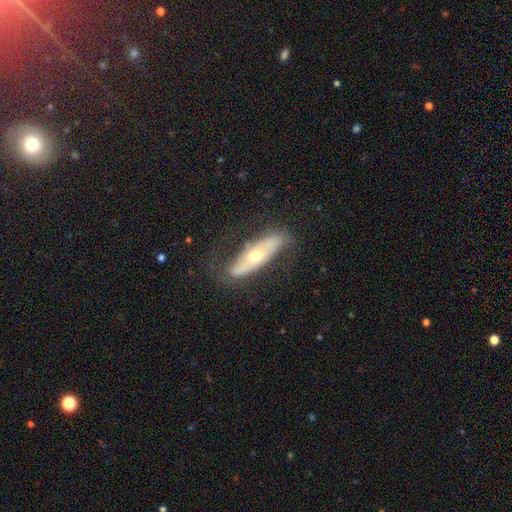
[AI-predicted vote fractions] featured or disk 60%, smooth 34%, star or artifact 7%. Down the decision tree: edge-on disk — no (62%); merging — none (72%).